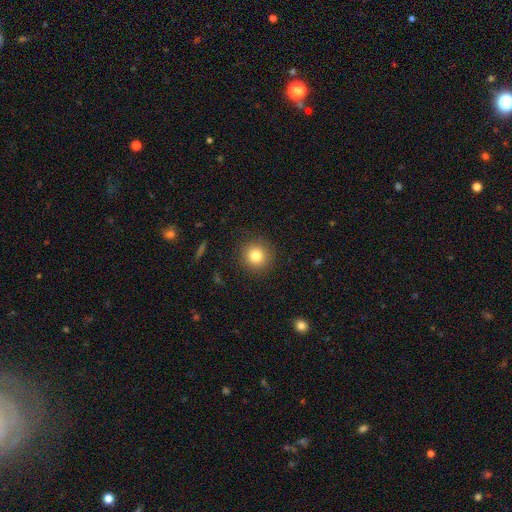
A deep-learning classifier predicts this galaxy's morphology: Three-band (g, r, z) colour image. It shows a smooth galaxy with no disk features (81%) that is round (93%). Merging: none (90%).